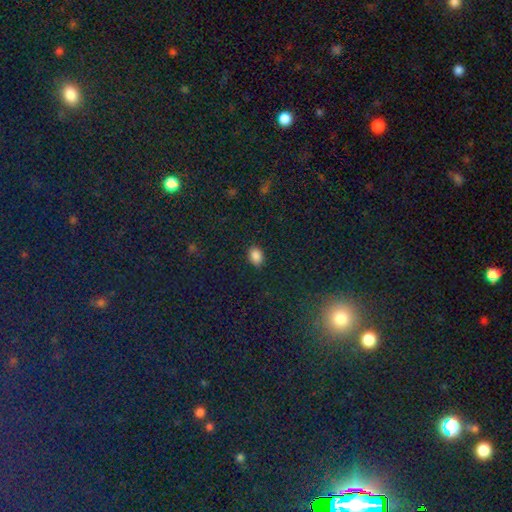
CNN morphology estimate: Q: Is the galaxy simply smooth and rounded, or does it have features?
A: smooth — 85%.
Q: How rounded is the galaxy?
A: in between — 70%.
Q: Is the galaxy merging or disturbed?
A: none — 85%.